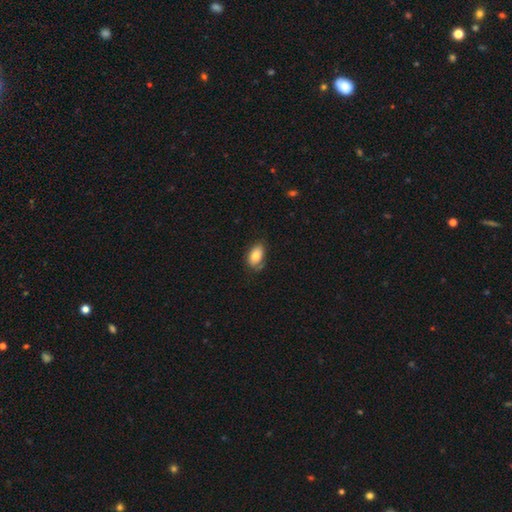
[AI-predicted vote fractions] Overall: smooth (81%). How rounded: in between (92%). Merging: none (68%).